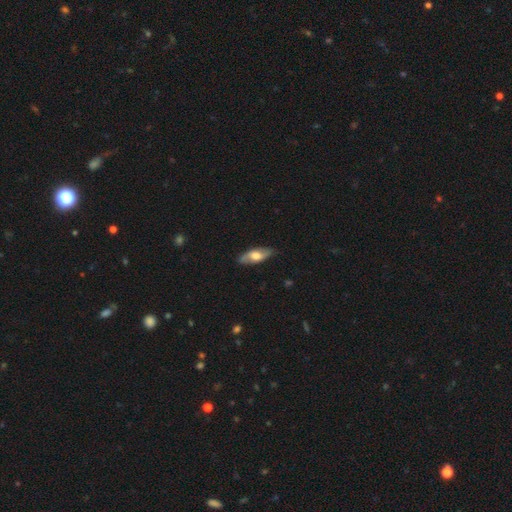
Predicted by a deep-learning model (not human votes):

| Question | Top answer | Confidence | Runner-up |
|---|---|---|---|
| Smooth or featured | smooth | 50% | featured or disk (44%) |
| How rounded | in between | 74% | cigar-shaped (23%) |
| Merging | none | 83% | minor disturbance (14%) |